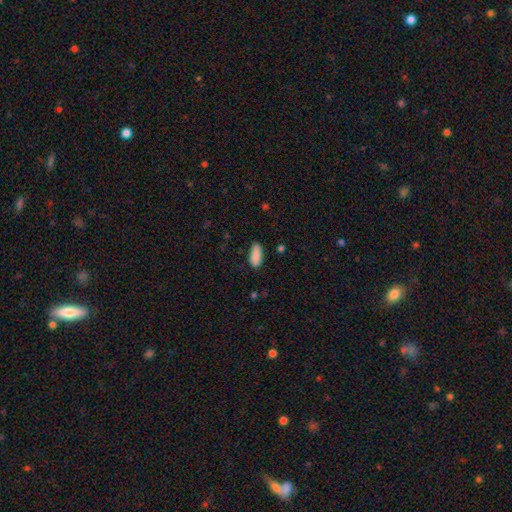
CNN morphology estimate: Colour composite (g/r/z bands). It shows a smooth galaxy with no disk features (89%) that is in between round and cigar-shaped (84%). Merging: none (84%).